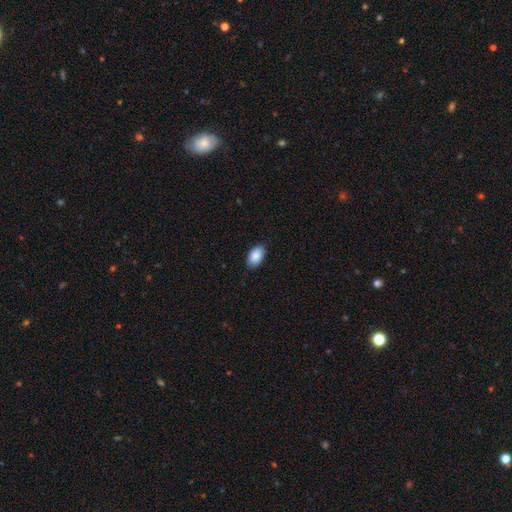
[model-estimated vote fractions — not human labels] Q: Smooth or featured?
A: smooth (89%); runner-up: star or artifact (6%)
Q: How rounded?
A: in between (94%); runner-up: round (5%)
Q: Merging?
A: none (86%); runner-up: minor disturbance (11%)